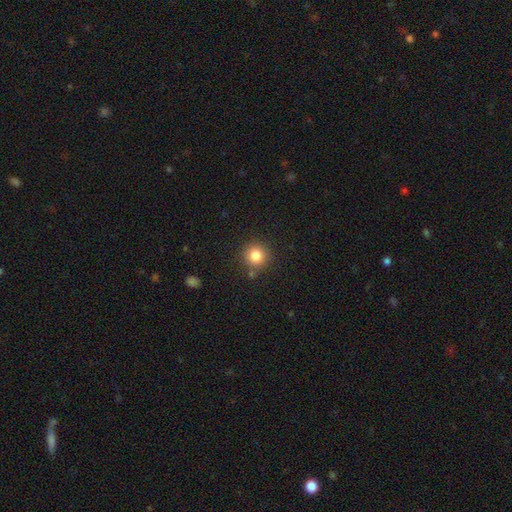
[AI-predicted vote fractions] This is clearly a smooth galaxy (83%). How rounded: clearly round (93%). Merging: clearly none (83%).